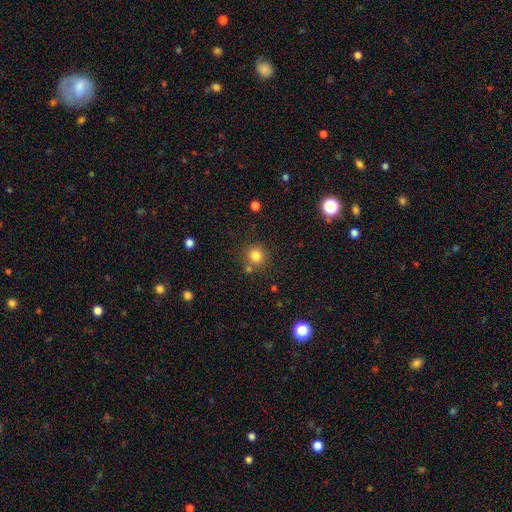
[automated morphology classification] A smooth galaxy with no disk features (81%) that is round (91%).

Vote fractions:
- Smooth or featured? smooth: 81% / star or artifact: 13% / featured or disk: 6%
- How rounded? round: 91% / in between: 8% / cigar-shaped: 1%
- Merging? none: 77% / merger: 11% / minor disturbance: 9% / major disturbance: 3%